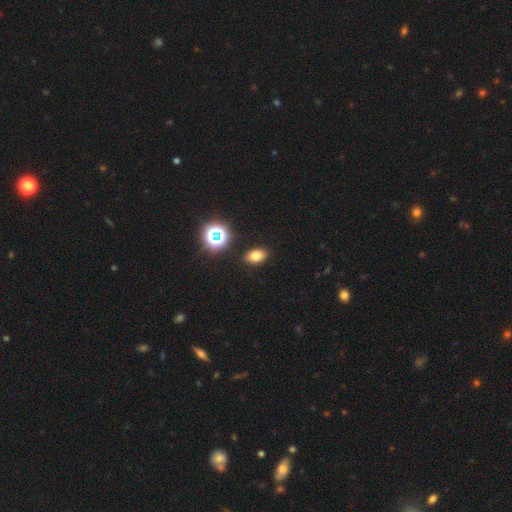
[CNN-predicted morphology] Smooth or featured? smooth (74%)
How rounded? in between (84%)
Merging? none (88%)